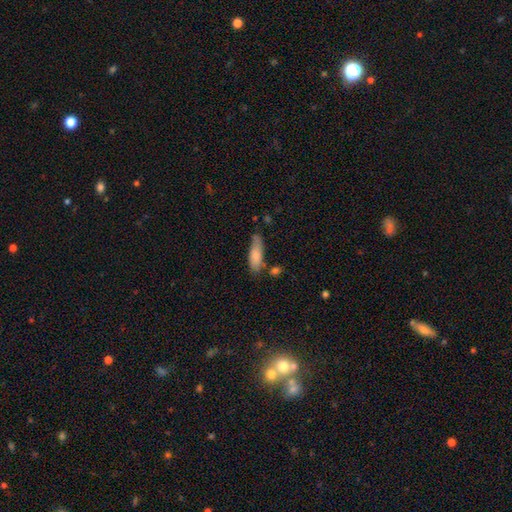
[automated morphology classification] Q: Smooth or featured?
A: smooth (81%); runner-up: featured or disk (13%)
Q: How rounded?
A: in between (54%); runner-up: cigar-shaped (44%)
Q: Merging?
A: none (62%); runner-up: minor disturbance (25%)